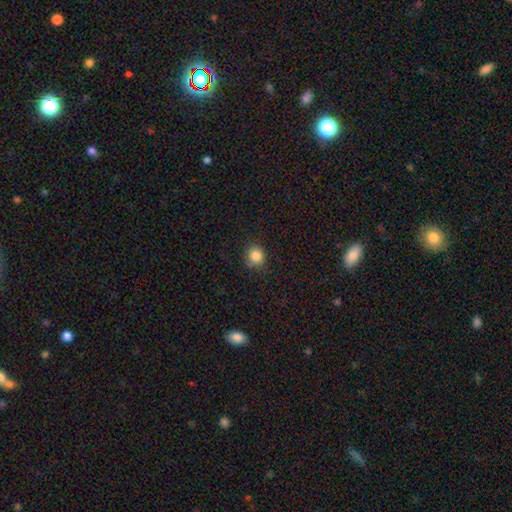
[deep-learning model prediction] Smooth or featured?
  - smooth: 84% *
  - star or artifact: 11%
  - featured or disk: 5%
How rounded?
  - round: 83% *
  - in between: 16%
  - cigar-shaped: 1%
Merging?
  - none: 80% *
  - minor disturbance: 15%
  - major disturbance: 3%
  - merger: 2%